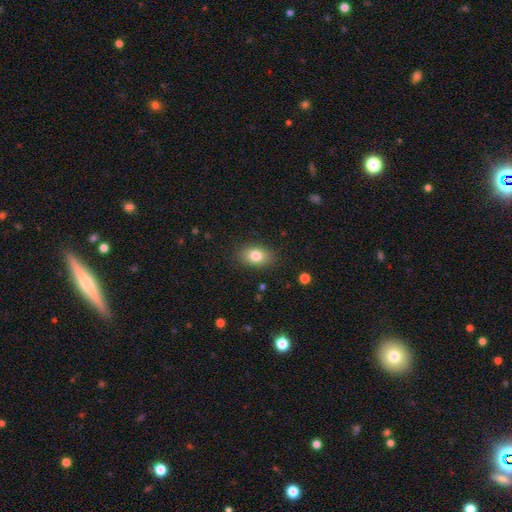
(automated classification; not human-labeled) Smooth or featured: smooth — 82% (featured or disk — 10%)
How rounded: in between — 83% (round — 15%)
Merging: none — 86% (minor disturbance — 10%)